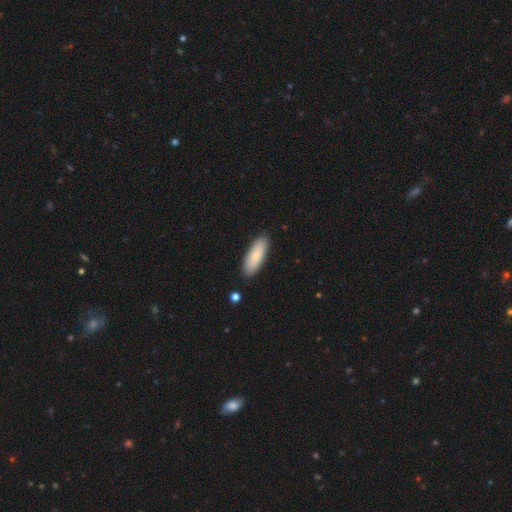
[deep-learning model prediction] Q: Smooth or featured?
A: smooth (83%); runner-up: featured or disk (12%)
Q: How rounded?
A: in between (60%); runner-up: cigar-shaped (38%)
Q: Merging?
A: none (88%); runner-up: minor disturbance (9%)